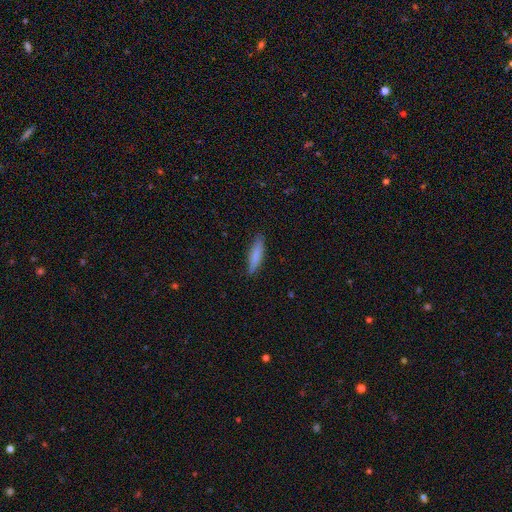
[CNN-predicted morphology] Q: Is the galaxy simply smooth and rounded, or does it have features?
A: smooth — 80%.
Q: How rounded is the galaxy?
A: cigar-shaped — 78%.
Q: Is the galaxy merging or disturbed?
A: none — 85%.